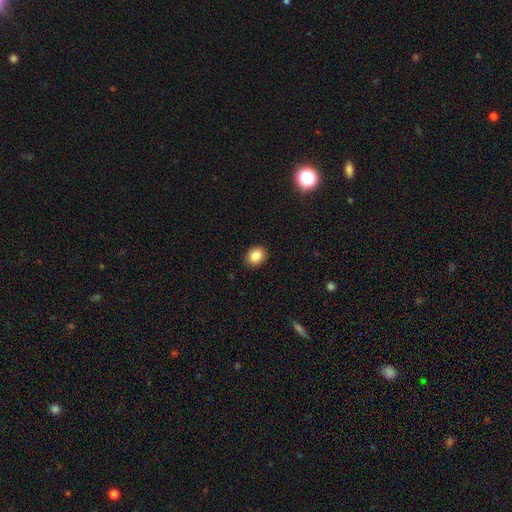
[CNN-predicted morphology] type=smooth (86%); roundness=round (60%); merging=none (91%).